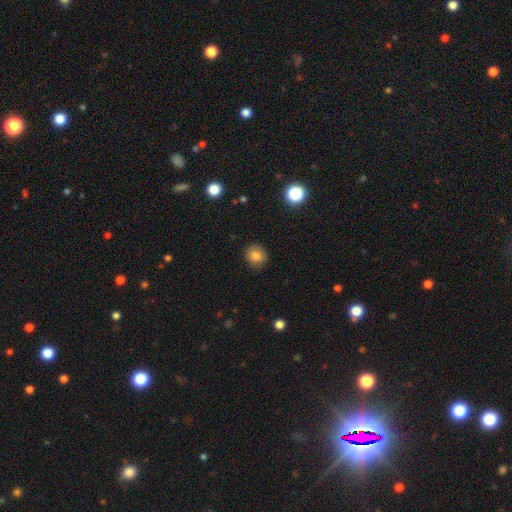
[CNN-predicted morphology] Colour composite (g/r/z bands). It shows a smooth galaxy with no disk features (83%) that is round (88%). Merging: none (89%).